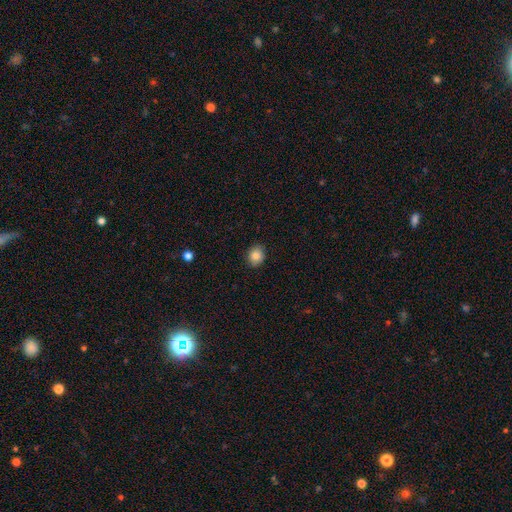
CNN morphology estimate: A smooth galaxy with no disk features (84%) that is round (66%). Merging: none (88%).